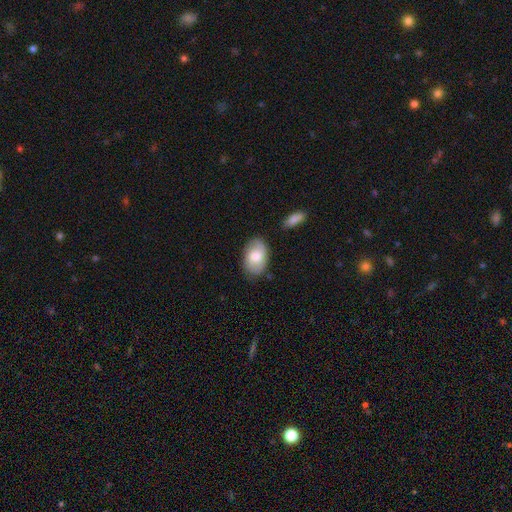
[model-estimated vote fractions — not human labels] Smooth or featured? smooth (66%)
How rounded? in between (87%)
Merging? none (77%)